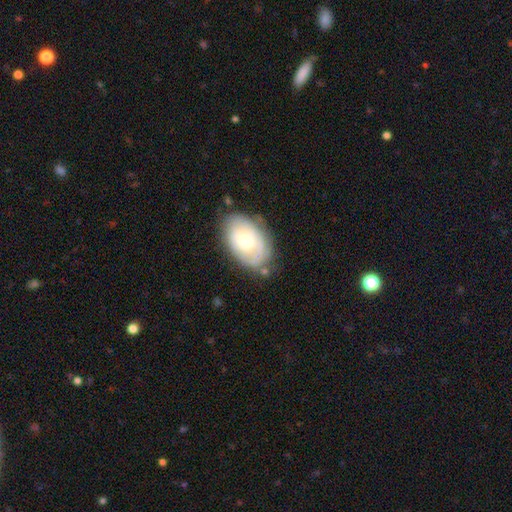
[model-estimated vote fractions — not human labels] Q: Smooth or featured?
A: featured or disk (51%); runner-up: smooth (41%)
Q: Edge-on disk?
A: no (93%); runner-up: yes (7%)
Q: Merging?
A: none (70%); runner-up: minor disturbance (21%)